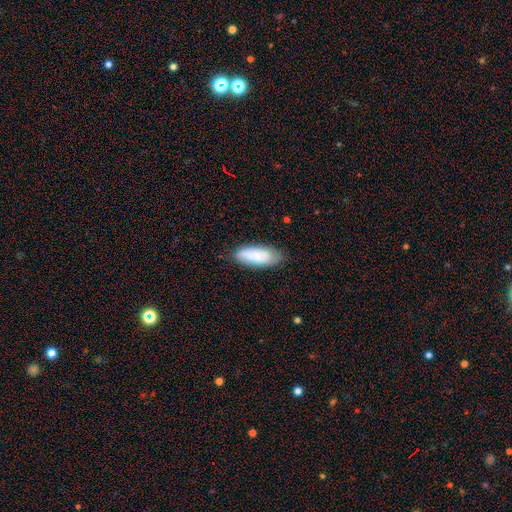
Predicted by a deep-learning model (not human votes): Smooth or featured? Predicted: smooth (p=0.77). How rounded? Predicted: in between (p=0.82). Merging? Predicted: none (p=0.77).